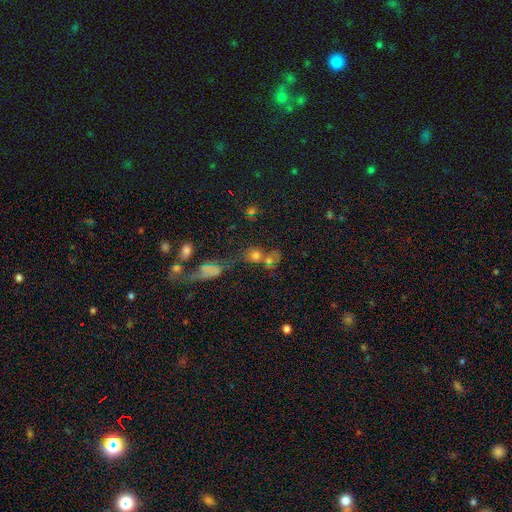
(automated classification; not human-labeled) Smooth or featured? smooth (62%)
How rounded? round (74%)
Merging? merger (43%)